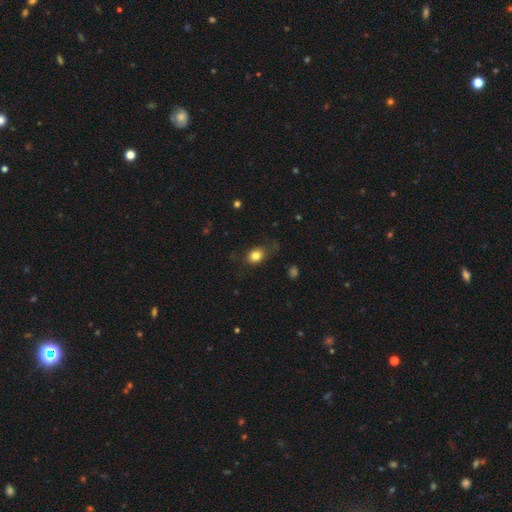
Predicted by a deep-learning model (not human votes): Overall: smooth (81%). How rounded: in between (54%; round 45%). Merging: none (64%).